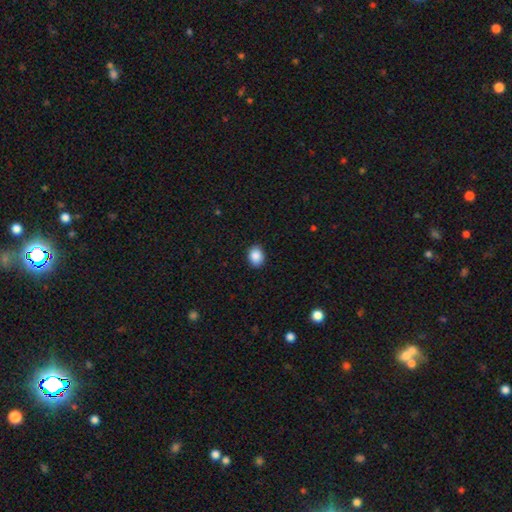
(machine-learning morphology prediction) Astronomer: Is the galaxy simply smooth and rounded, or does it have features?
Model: smooth — 88%.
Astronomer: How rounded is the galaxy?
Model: in between — 53% (runner-up: round, 47%).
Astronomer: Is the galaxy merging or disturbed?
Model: none — 90%.